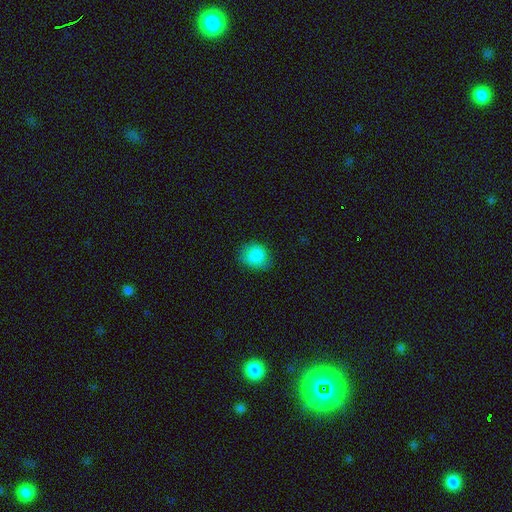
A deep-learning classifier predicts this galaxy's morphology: The model was most divided on "how rounded": round: 66%, in between: 33%, cigar-shaped: 1%. More confident: smooth or featured — smooth (87%); merging — none (78%).